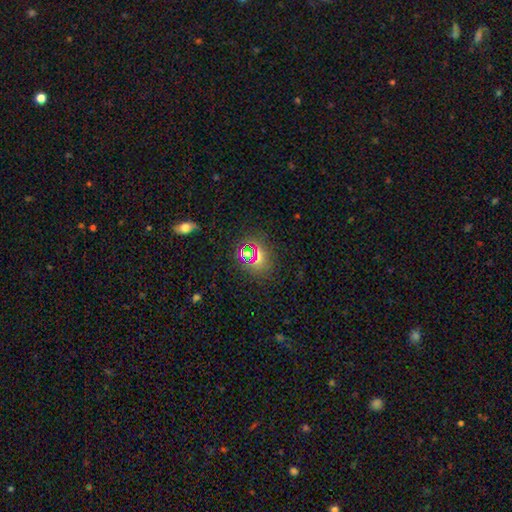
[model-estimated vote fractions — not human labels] The model was most divided on "smooth or featured": star or artifact: 54%, smooth: 35%, featured or disk: 11%.